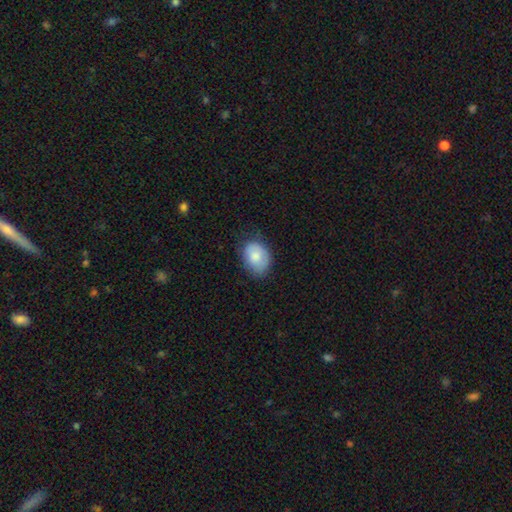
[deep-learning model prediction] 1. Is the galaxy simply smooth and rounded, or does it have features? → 79% smooth, 14% featured or disk, 7% star or artifact.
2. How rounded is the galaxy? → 72% in between, 27% round, 1% cigar-shaped.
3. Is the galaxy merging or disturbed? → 68% none, 25% minor disturbance, 6% major disturbance, 1% merger.